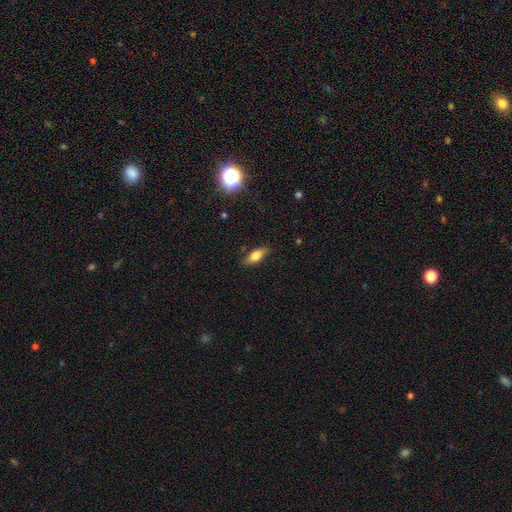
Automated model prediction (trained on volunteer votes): A smooth galaxy with no disk features (69%) that is in between round and cigar-shaped (73%).

Vote fractions:
- Smooth or featured? smooth: 69% / featured or disk: 22% / star or artifact: 9%
- How rounded? in between: 73% / cigar-shaped: 23% / round: 4%
- Merging? none: 81% / minor disturbance: 15% / major disturbance: 3% / merger: 1%